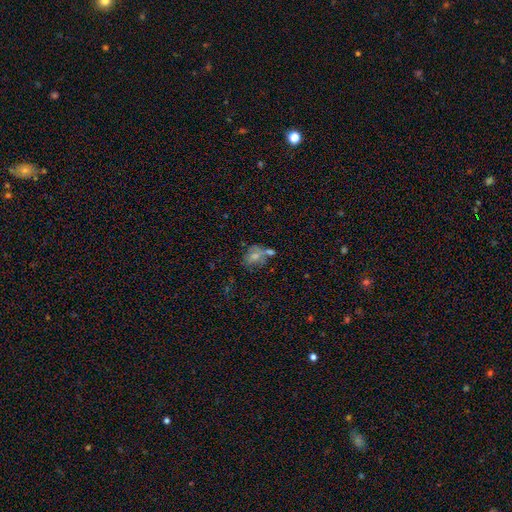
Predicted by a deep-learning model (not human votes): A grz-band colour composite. It shows a smooth galaxy with no disk features (62%) that is in between round and cigar-shaped (67%). Merging: none (40%).